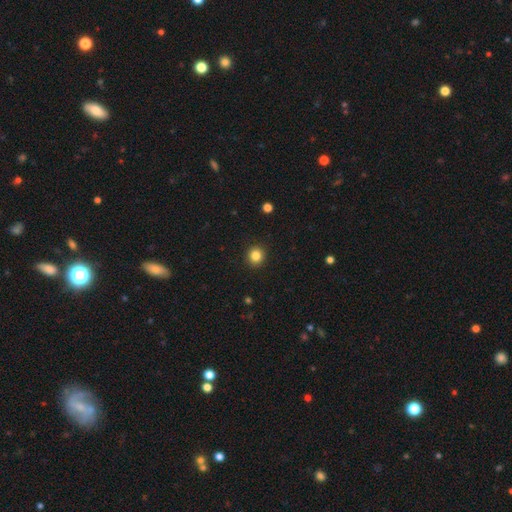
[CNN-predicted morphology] smooth 84%, star or artifact 11%, featured or disk 5%. Down the decision tree: how rounded — round (92%); merging — none (92%).